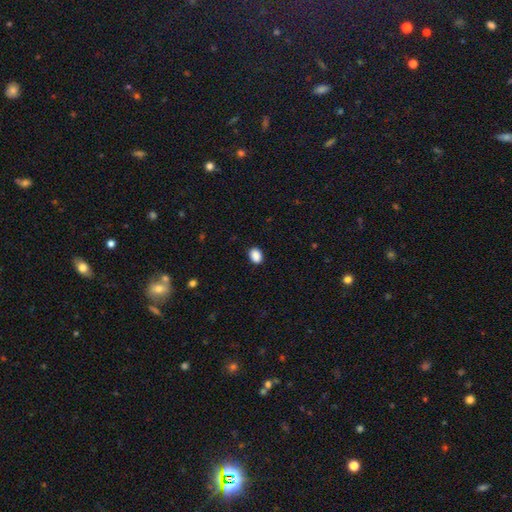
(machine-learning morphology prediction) This is clearly a smooth galaxy (89%). How rounded: likely in between (69%). Merging: clearly none (89%).